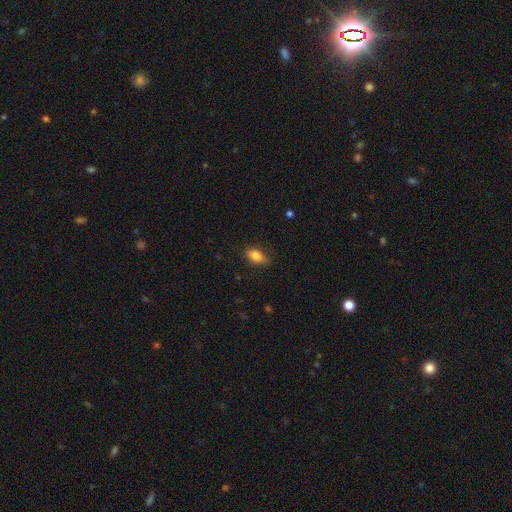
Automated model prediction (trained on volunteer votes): smooth-or-featured: smooth: 84% | star or artifact: 8% | featured or disk: 7%
  how-rounded: in between: 86% | round: 7% | cigar-shaped: 7%
  merging: none: 74% | minor disturbance: 20% | major disturbance: 4% | merger: 1%